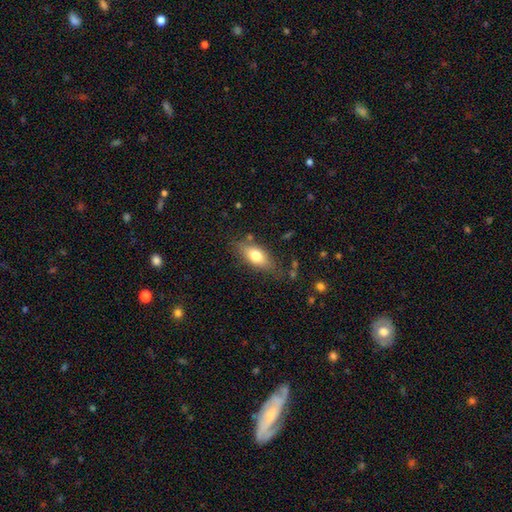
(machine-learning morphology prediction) Q: Smooth or featured?
A: smooth (73%); runner-up: featured or disk (20%)
Q: How rounded?
A: in between (81%); runner-up: cigar-shaped (14%)
Q: Merging?
A: none (75%); runner-up: minor disturbance (17%)